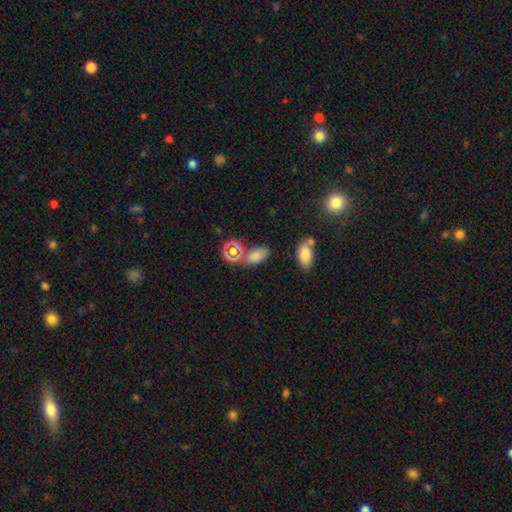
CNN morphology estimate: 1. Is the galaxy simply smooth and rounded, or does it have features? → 73% smooth, 20% star or artifact, 7% featured or disk.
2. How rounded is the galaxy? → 89% in between, 8% round, 3% cigar-shaped.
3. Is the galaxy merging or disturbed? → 67% none, 16% minor disturbance, 11% merger, 6% major disturbance.